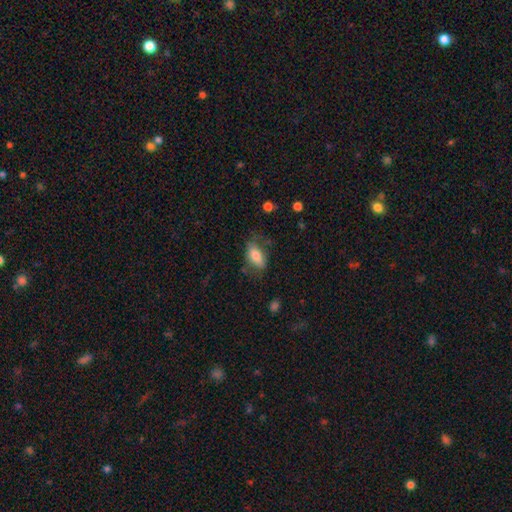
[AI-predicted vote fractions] Smooth or featured: smooth — 71% (featured or disk — 22%)
How rounded: in between — 88% (cigar-shaped — 7%)
Merging: none — 61% (minor disturbance — 24%)